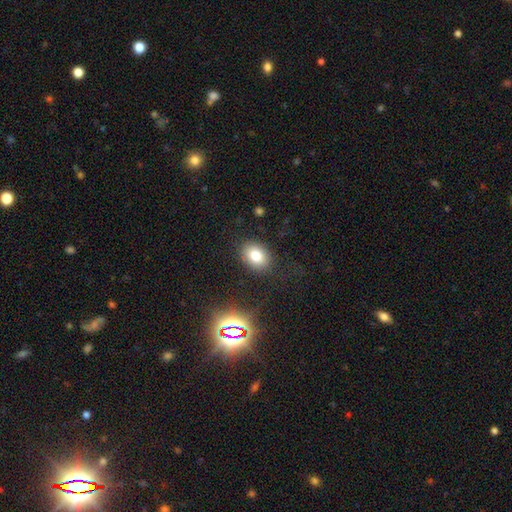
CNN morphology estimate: A smooth galaxy with no disk features (78%) that is in between round and cigar-shaped (64%).

Vote fractions:
- Smooth or featured? smooth: 78% / star or artifact: 12% / featured or disk: 10%
- How rounded? in between: 64% / round: 35% / cigar-shaped: 1%
- Merging? none: 84% / minor disturbance: 10% / major disturbance: 4% / merger: 2%